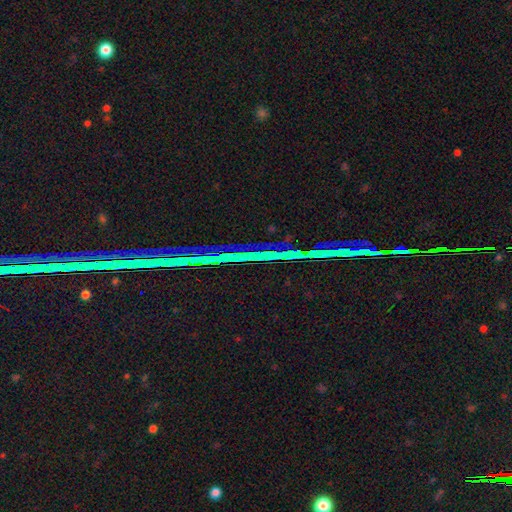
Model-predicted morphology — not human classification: star or artifact 83%, featured or disk 10%, smooth 7%.